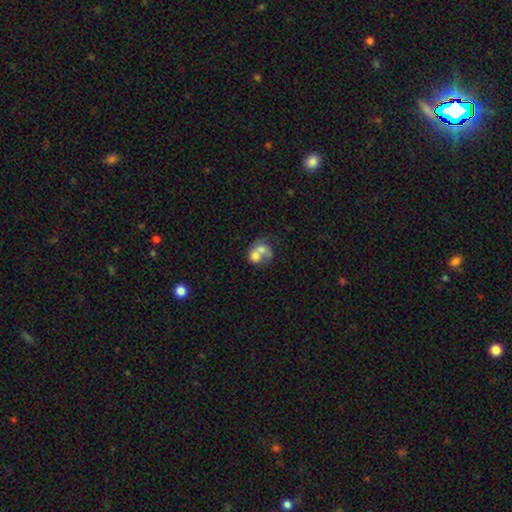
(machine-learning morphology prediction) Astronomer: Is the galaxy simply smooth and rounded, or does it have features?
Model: smooth — 57% (runner-up: featured or disk, 35%).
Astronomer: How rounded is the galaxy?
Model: round — 54% (runner-up: in between, 45%).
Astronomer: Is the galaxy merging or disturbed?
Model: merger — 74%.